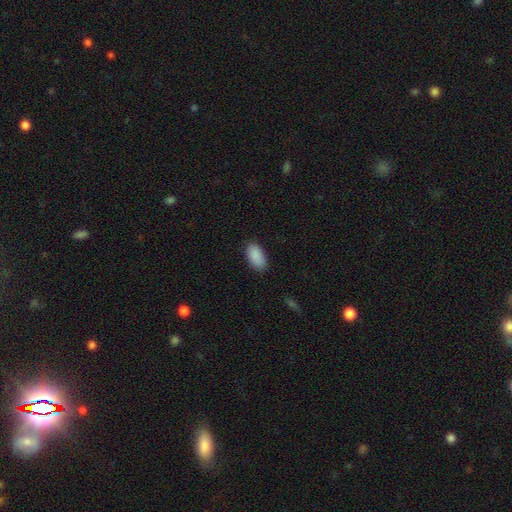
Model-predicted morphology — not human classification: smooth 90%, star or artifact 7%, featured or disk 3%. Down the decision tree: how rounded — in between (94%); merging — none (85%).